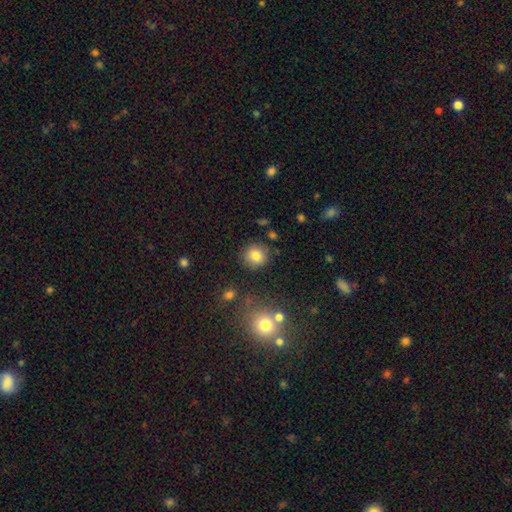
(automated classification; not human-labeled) The model was most divided on "smooth or featured": smooth: 82%, star or artifact: 10%, featured or disk: 8%. More confident: how rounded — round (91%); merging — none (87%).